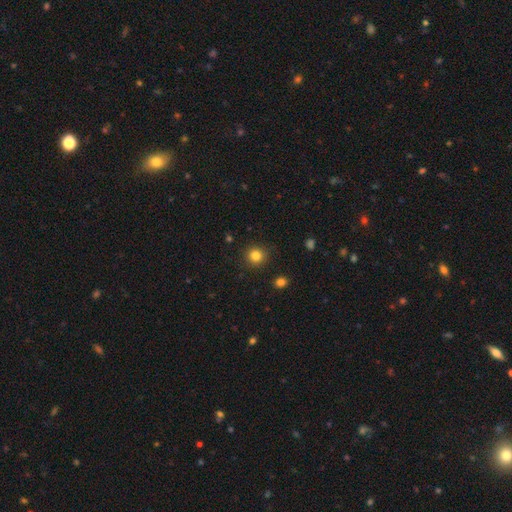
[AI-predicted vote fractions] Morphology: type=smooth (83%); roundness=round (92%); merging=none (90%).